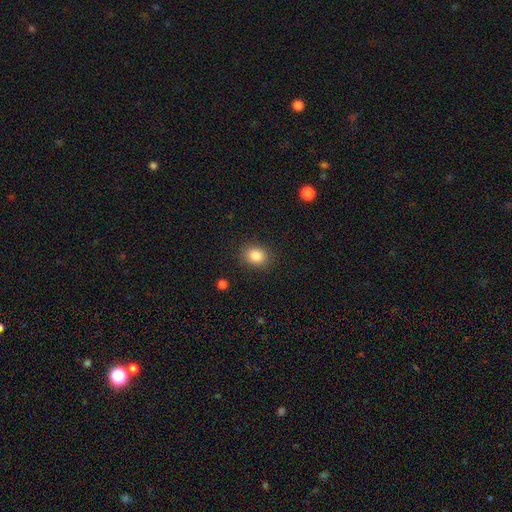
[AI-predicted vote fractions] This appears to be a smooth galaxy with no disk features (85%) that is round (52%). Merging: none (87%).